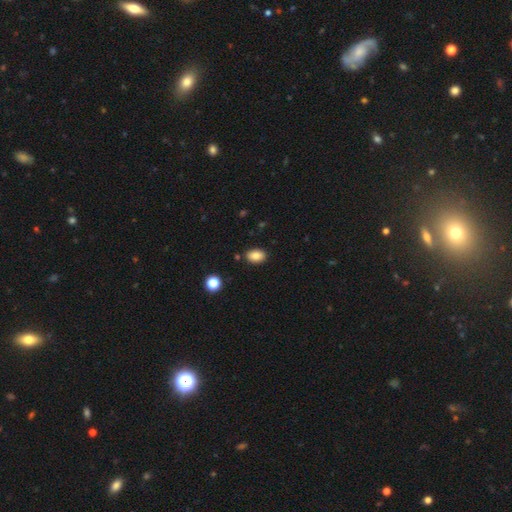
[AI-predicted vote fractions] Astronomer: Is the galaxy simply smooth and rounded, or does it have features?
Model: smooth — 85%.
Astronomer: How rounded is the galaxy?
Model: in between — 82%.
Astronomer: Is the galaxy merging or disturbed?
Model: none — 85%.